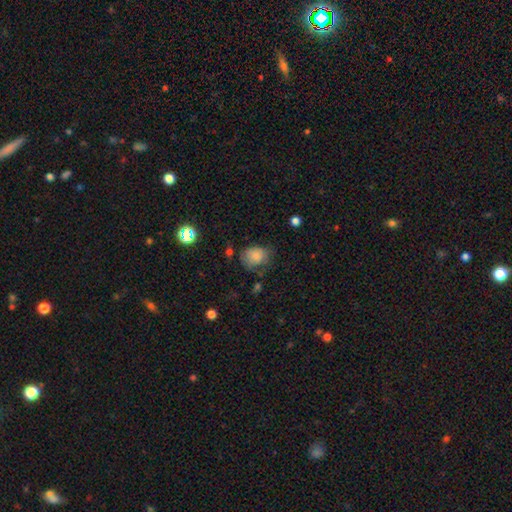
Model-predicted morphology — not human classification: A smooth galaxy with no disk features (78%) that is in between round and cigar-shaped (50%).

Vote fractions:
- Smooth or featured? smooth: 78% / featured or disk: 11% / star or artifact: 11%
- How rounded? in between: 50% / round: 49% / cigar-shaped: 1%
- Merging? none: 48% / minor disturbance: 33% / major disturbance: 16% / merger: 4%